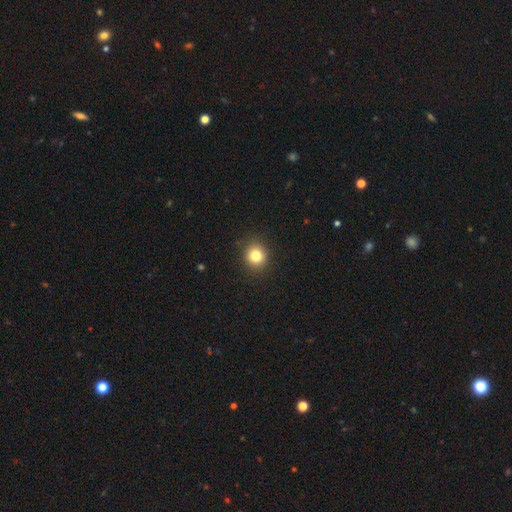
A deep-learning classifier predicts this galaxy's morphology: smooth 82%, star or artifact 12%, featured or disk 6%. Down the decision tree: how rounded — round (87%); merging — none (90%).